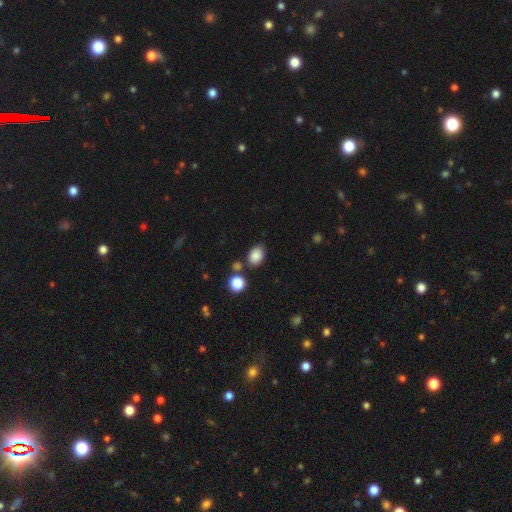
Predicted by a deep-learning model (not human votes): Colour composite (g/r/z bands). It shows a smooth galaxy with no disk features (86%) that is in between round and cigar-shaped (71%). Merging: none (74%).